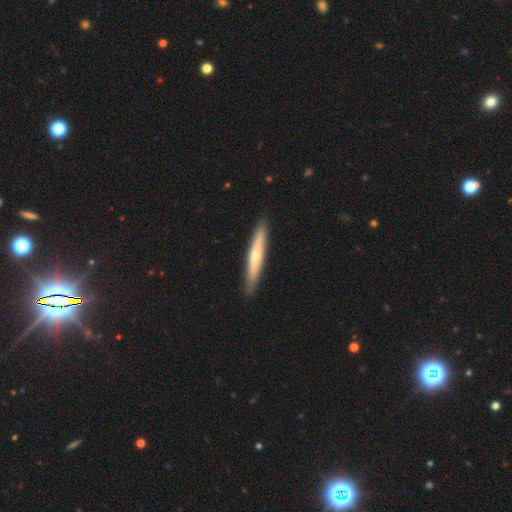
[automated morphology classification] This is possibly a smooth galaxy (49%). Merging: clearly none (90%).